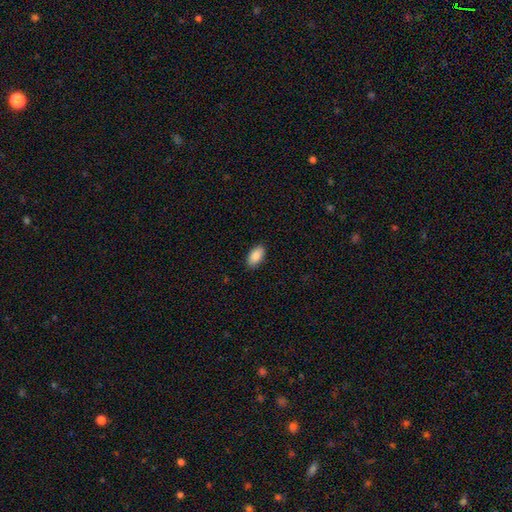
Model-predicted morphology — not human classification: The model was most divided on "merging": none: 89%, minor disturbance: 8%, major disturbance: 2%, merger: 1%. More confident: how rounded — in between (95%); smooth or featured — smooth (89%).